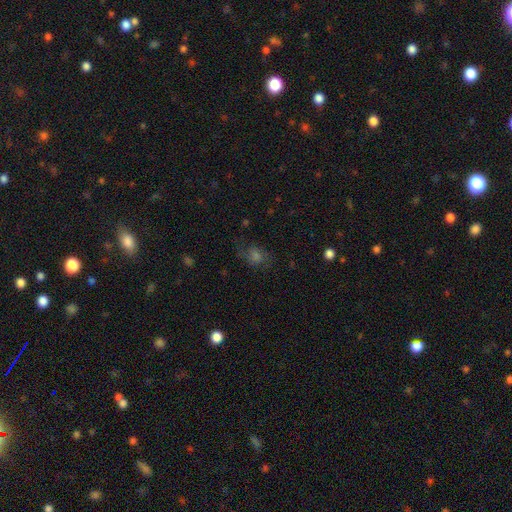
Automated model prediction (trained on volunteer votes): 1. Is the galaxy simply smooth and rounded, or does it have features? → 45% smooth, 28% star or artifact, 27% featured or disk.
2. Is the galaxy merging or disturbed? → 60% none, 20% minor disturbance, 18% major disturbance, 2% merger.